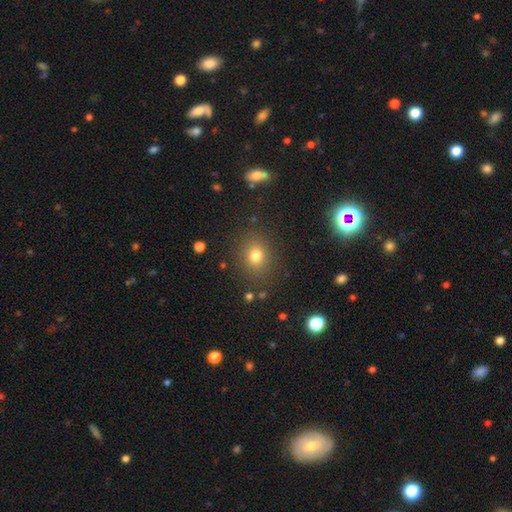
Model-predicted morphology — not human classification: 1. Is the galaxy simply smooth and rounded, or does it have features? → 76% smooth, 16% star or artifact, 8% featured or disk.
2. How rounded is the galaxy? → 65% round, 34% in between, 1% cigar-shaped.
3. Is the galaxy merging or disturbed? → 85% none, 9% minor disturbance, 4% major disturbance, 2% merger.